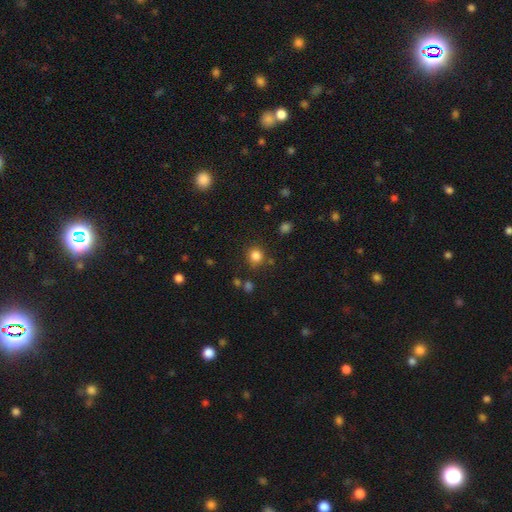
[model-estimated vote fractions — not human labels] smooth 82%, star or artifact 13%, featured or disk 5%. Down the decision tree: how rounded — round (90%); merging — none (82%).